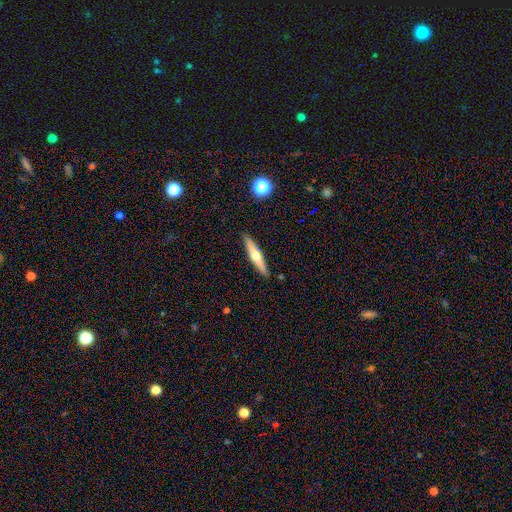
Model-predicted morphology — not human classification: Overall: featured or disk (54%; smooth 40%). Edge-on disk: yes (94%). Edge-on bulge: rounded (92%). Merging: none (90%).